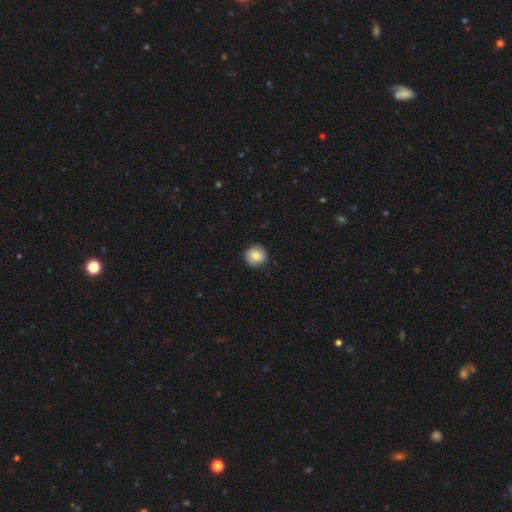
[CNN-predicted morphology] This is clearly a smooth galaxy (84%). How rounded: clearly round (92%). Merging: clearly none (89%).